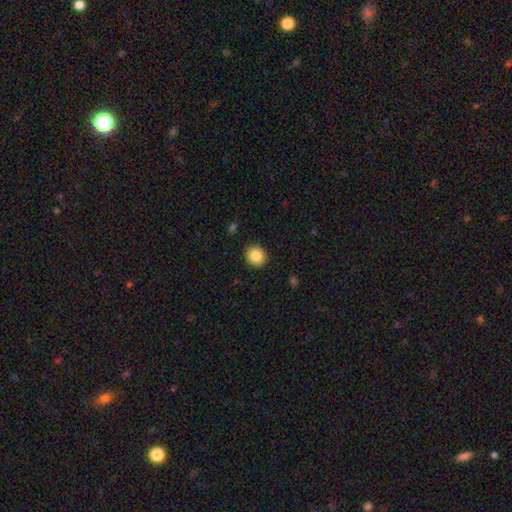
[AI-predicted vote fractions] smooth 85%, star or artifact 9%, featured or disk 6%. Down the decision tree: how rounded — round (74%); merging — none (91%).